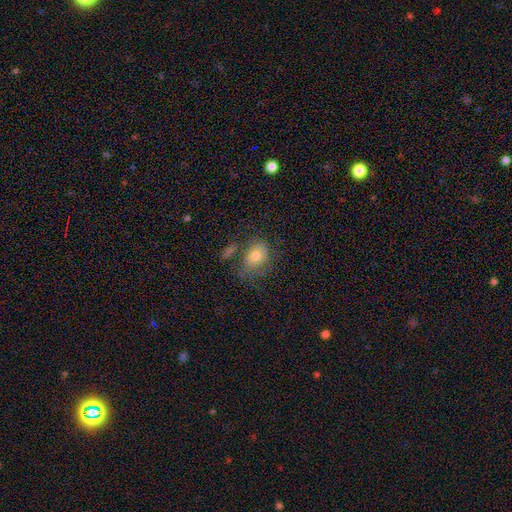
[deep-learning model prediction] This appears to be a smooth galaxy with no disk features (69%) that is in between round and cigar-shaped (70%). Merging: none (51%).